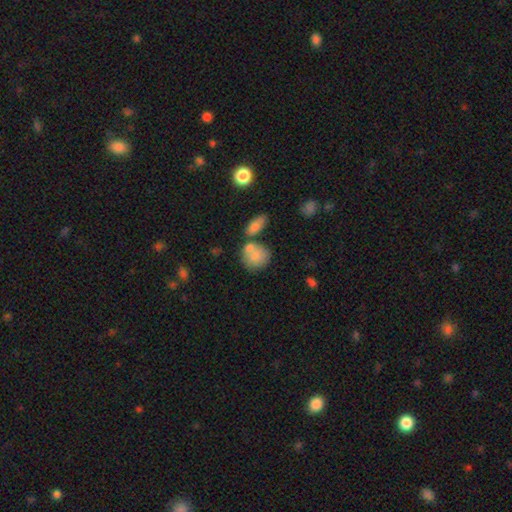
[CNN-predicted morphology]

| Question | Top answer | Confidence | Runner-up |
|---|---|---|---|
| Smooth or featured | smooth | 79% | featured or disk (13%) |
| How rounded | round | 73% | in between (26%) |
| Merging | none | 46% | merger (37%) |